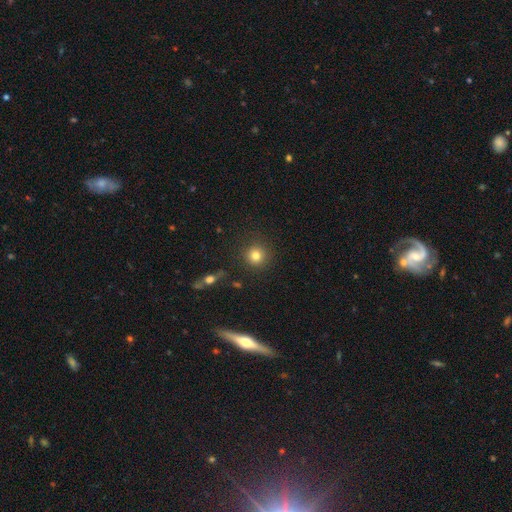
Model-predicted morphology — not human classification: smooth_or_featured: smooth (p=0.80) [alt: star or artifact p=0.12]
how_rounded: round (p=0.94) [alt: in between p=0.05]
merging: none (p=0.89) [alt: minor disturbance p=0.07]